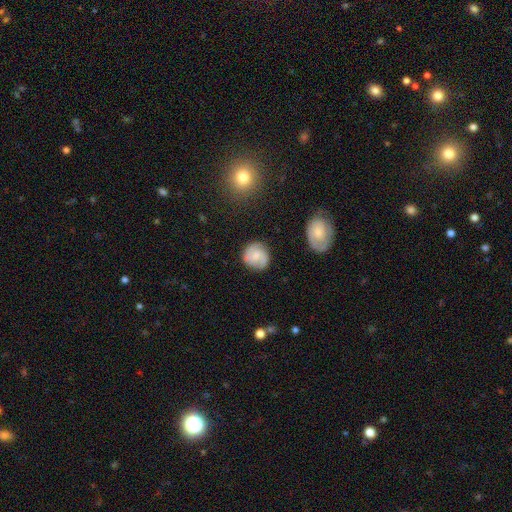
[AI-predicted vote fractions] This is possibly a featured or disk galaxy (59%). It is clearly not viewed edge-on (98%). Bar: possibly no (48%). Spiral arm pattern: clearly yes (93%). Spiral arm count: clearly 2 (82%). Spiral winding: possibly medium (46%). Central bulge: marginally small (42%). Merging: clearly none (81%).